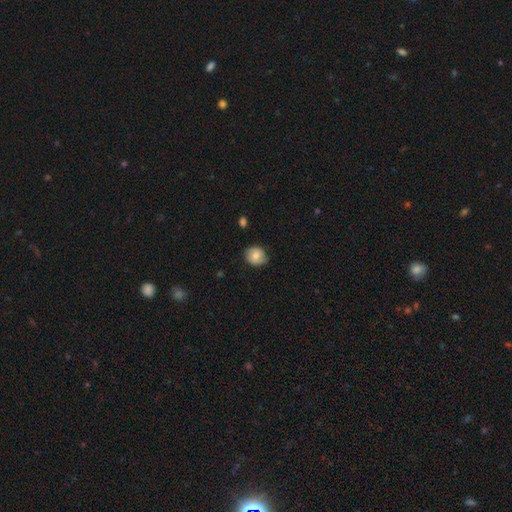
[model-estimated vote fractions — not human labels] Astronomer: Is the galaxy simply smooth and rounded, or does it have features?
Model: smooth — 74%.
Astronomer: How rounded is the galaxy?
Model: round — 70%.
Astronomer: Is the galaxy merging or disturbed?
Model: none — 77%.